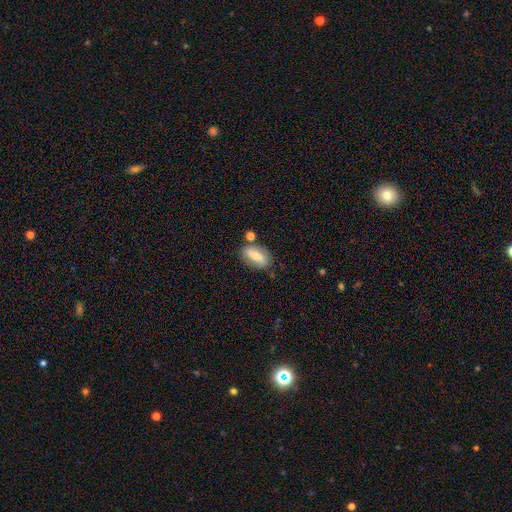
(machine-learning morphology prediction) The model was most divided on "smooth or featured": smooth: 56%, featured or disk: 36%, star or artifact: 7%. More confident: how rounded — in between (84%); merging — none (72%).